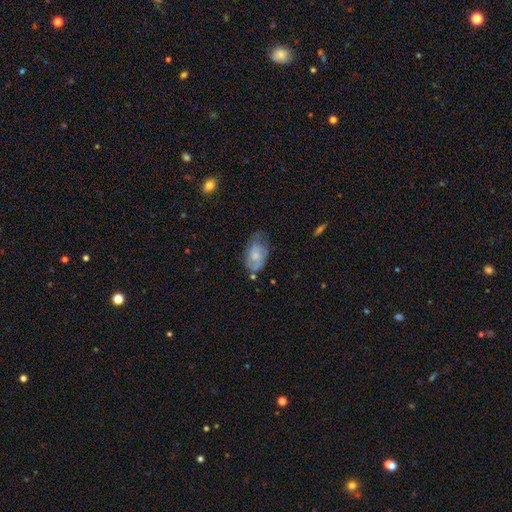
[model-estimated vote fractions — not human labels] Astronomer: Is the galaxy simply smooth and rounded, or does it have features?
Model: smooth — 51% (runner-up: featured or disk, 42%).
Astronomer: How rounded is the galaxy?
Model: in between — 91%.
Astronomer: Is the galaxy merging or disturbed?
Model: none — 48% (runner-up: minor disturbance, 34%).